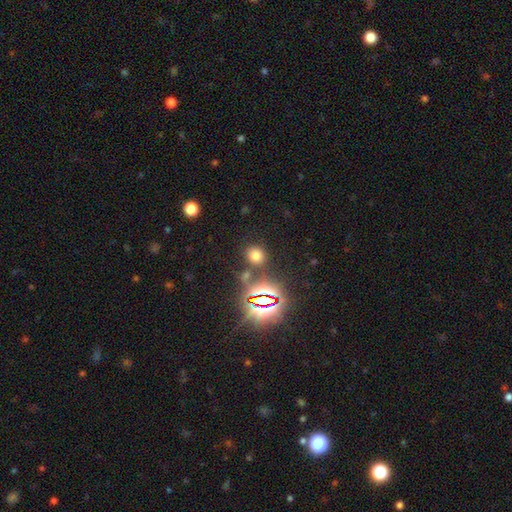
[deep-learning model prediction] Smooth or featured? smooth (63%)
How rounded? round (76%)
Merging? none (80%)